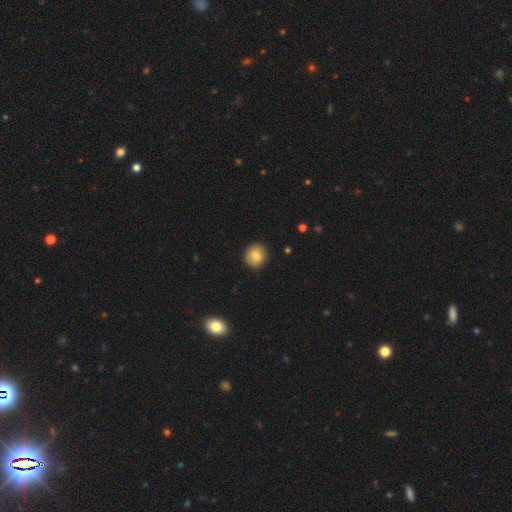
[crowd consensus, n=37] This appears to be a smooth galaxy with no disk features (78%) that is round (83%). Merging: none (95%).